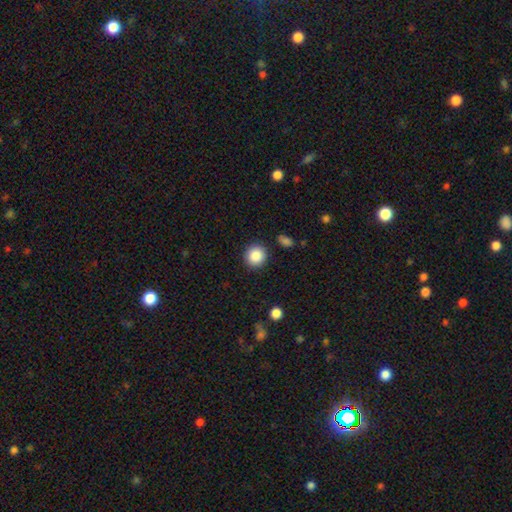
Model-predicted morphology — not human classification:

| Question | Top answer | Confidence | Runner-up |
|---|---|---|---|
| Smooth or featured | smooth | 88% | star or artifact (8%) |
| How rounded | round | 90% | in between (9%) |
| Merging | none | 89% | minor disturbance (6%) |